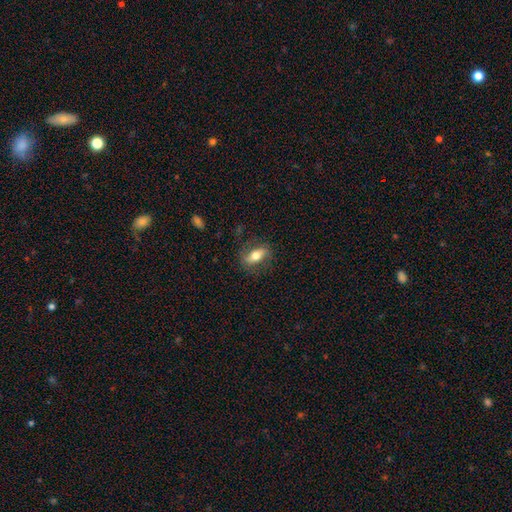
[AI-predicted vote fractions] Smooth or featured?
  - smooth: 54% *
  - featured or disk: 38%
  - star or artifact: 7%
How rounded?
  - in between: 73% *
  - cigar-shaped: 20%
  - round: 8%
Merging?
  - none: 76% *
  - minor disturbance: 16%
  - major disturbance: 7%
  - merger: 1%